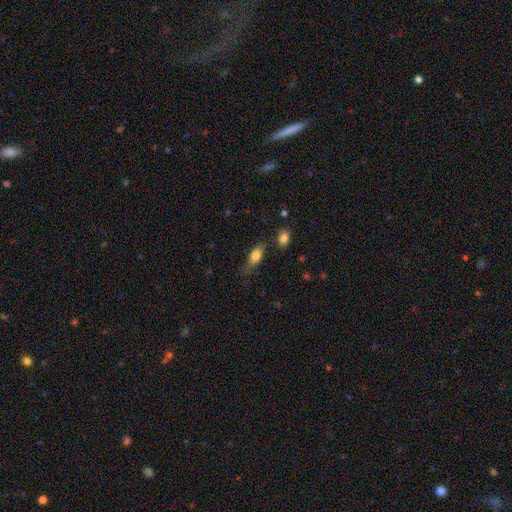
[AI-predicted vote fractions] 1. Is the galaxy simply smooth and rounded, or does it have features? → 77% smooth, 15% featured or disk, 8% star or artifact.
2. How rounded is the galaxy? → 77% in between, 17% cigar-shaped, 6% round.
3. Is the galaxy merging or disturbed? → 59% none, 27% minor disturbance, 9% major disturbance, 5% merger.